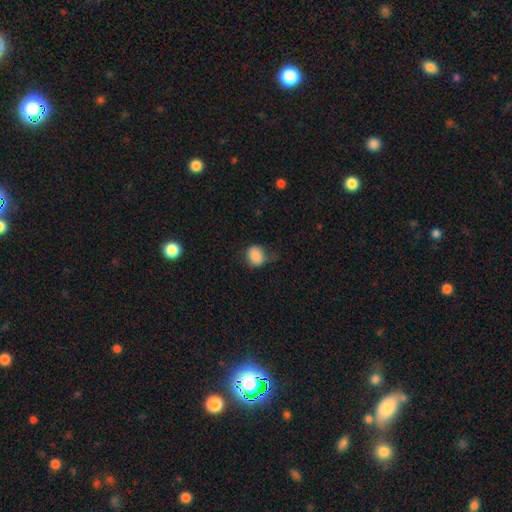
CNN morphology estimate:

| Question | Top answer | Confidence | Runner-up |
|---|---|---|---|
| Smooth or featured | smooth | 85% | star or artifact (9%) |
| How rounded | round | 55% | in between (44%) |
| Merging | none | 45% | minor disturbance (36%) |